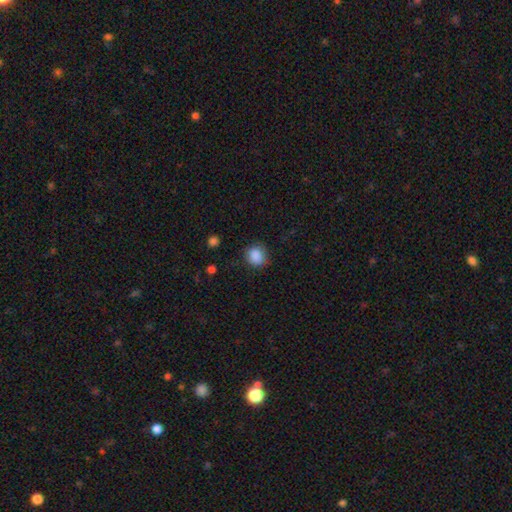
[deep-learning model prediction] Smooth or featured? Predicted: smooth (p=0.87). How rounded? Predicted: round (p=0.73). Merging? Predicted: none (p=0.77).